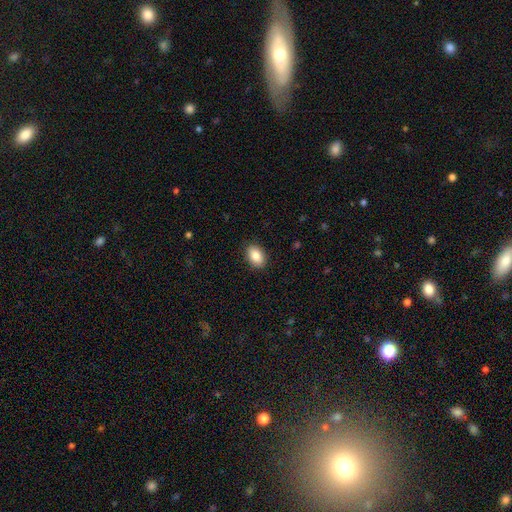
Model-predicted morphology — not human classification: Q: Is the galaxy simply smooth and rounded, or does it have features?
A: smooth — 87%.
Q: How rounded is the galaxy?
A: in between — 85%.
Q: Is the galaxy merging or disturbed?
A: none — 89%.